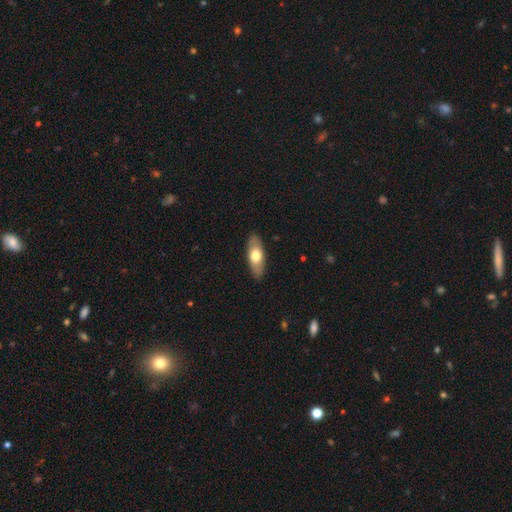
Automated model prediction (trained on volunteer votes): smooth_or_featured: smooth (p=0.64) [alt: featured or disk p=0.31]
how_rounded: in between (p=0.75) [alt: cigar-shaped p=0.22]
merging: none (p=0.88) [alt: minor disturbance p=0.09]